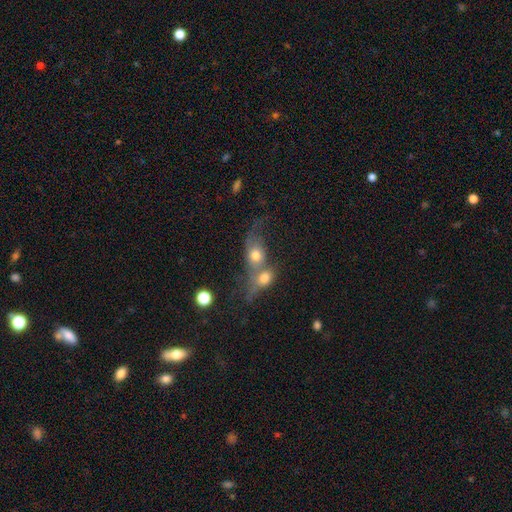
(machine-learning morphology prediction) type=smooth (63%); roundness=in between (51%); merging=merger (72%).